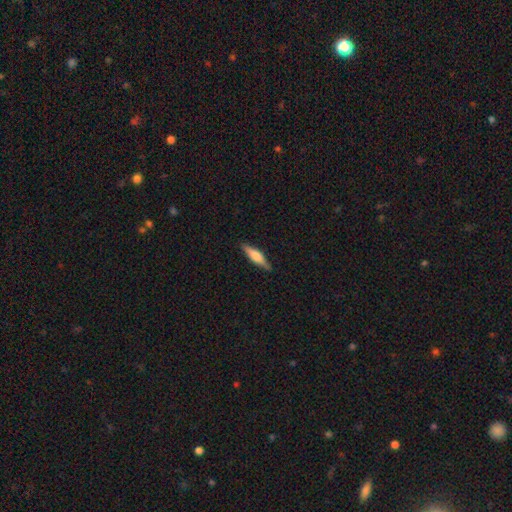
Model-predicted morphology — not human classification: Smooth or featured? featured or disk (49%)
Merging? none (89%)